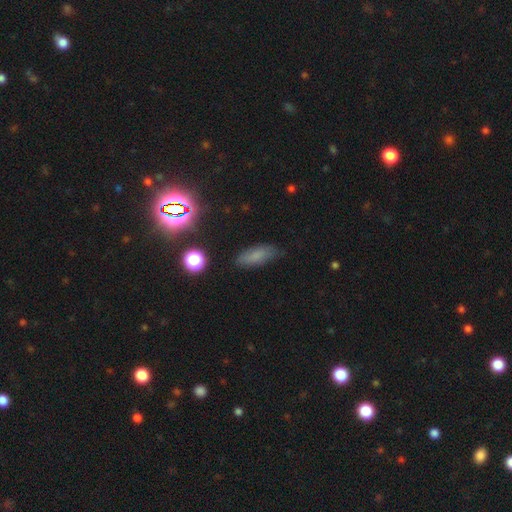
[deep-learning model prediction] Morphology: type=smooth (72%); roundness=in between (74%); merging=none (77%).